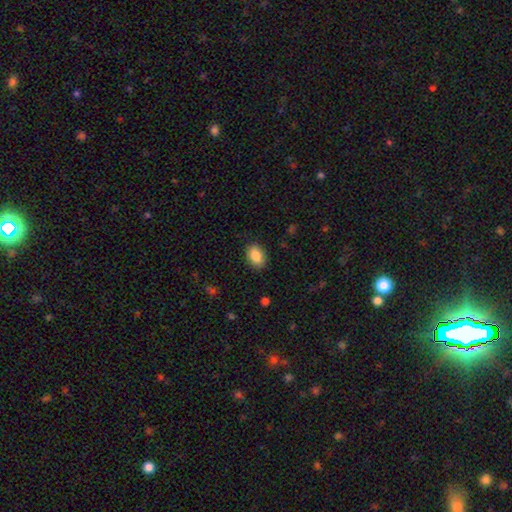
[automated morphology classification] Q: Smooth or featured?
A: smooth (88%); runner-up: star or artifact (7%)
Q: How rounded?
A: in between (87%); runner-up: round (11%)
Q: Merging?
A: none (88%); runner-up: minor disturbance (9%)